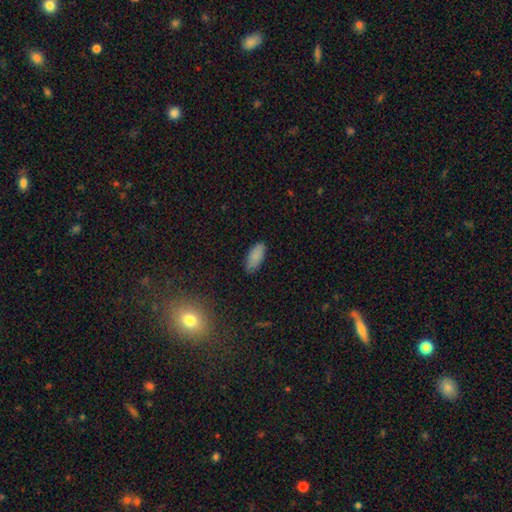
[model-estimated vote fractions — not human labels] This appears to be a smooth galaxy with no disk features (86%) that is in between round and cigar-shaped (86%). Merging: none (83%).